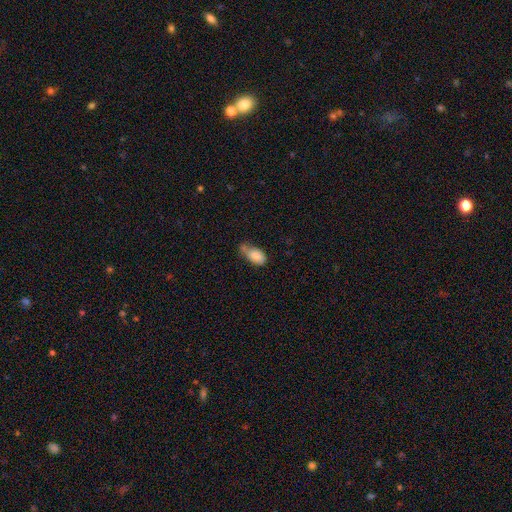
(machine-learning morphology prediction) A smooth galaxy with no disk features (82%) that is in between round and cigar-shaped (90%). Merging: none (33%).